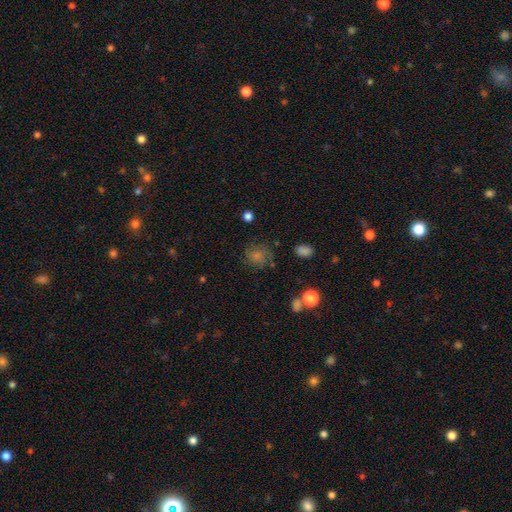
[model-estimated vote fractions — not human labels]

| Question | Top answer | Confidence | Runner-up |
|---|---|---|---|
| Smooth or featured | smooth | 50% | star or artifact (28%) |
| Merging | none | 73% | minor disturbance (16%) |